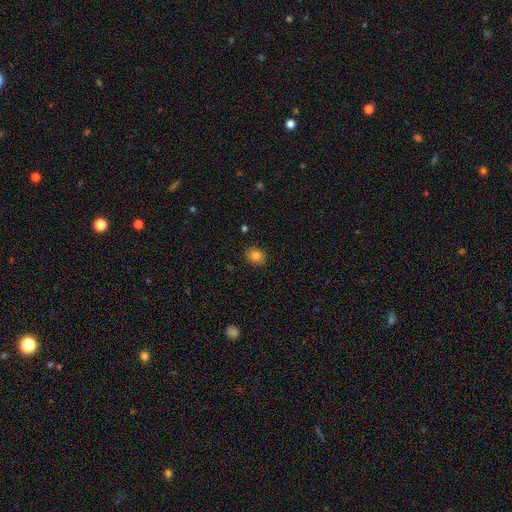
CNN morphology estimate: Smooth or featured? smooth (82%)
How rounded? round (55%)
Merging? none (86%)